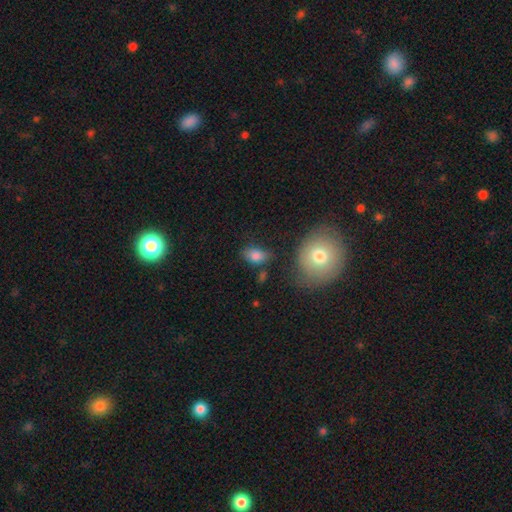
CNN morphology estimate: The model was most divided on "merging": none: 69%, minor disturbance: 19%, merger: 6%, major disturbance: 6%. More confident: how rounded — in between (85%); smooth or featured — smooth (82%).